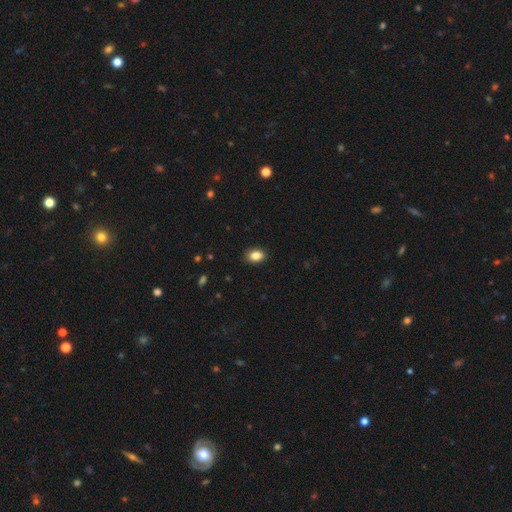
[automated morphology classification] The model was most divided on "how rounded": in between: 81%, round: 18%, cigar-shaped: 1%. More confident: merging — none (90%); smooth or featured — smooth (86%).